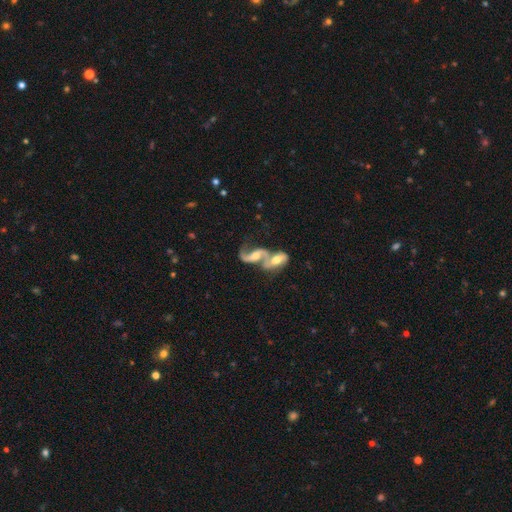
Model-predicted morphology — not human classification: Smooth or featured? Predicted: featured or disk (p=0.71). Edge-on disk? Predicted: no (p=0.91). Bar? Predicted: no (p=0.54). Spiral arms? Predicted: yes (p=0.76). Bulge size? Predicted: moderate (p=0.49). Merging? Predicted: merger (p=0.74).